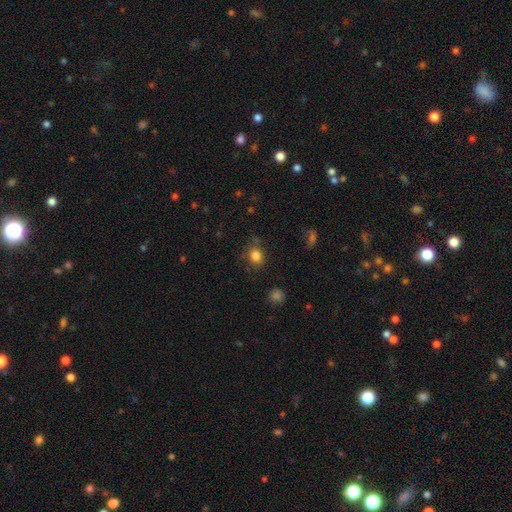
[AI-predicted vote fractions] Smooth or featured? smooth (83%)
How rounded? round (60%)
Merging? none (78%)